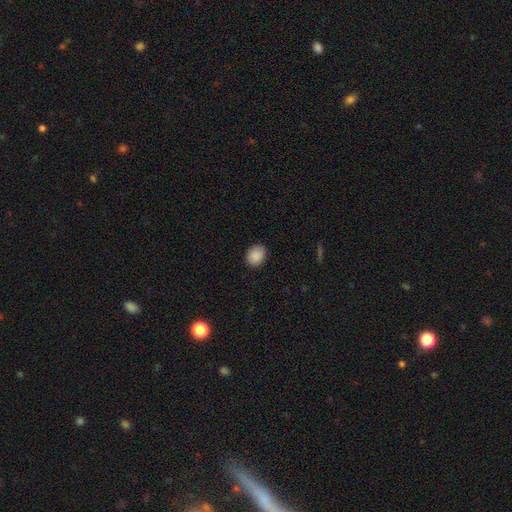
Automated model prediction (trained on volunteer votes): This appears to be a smooth galaxy with no disk features (89%) that is in between round and cigar-shaped (55%). Merging: none (88%).